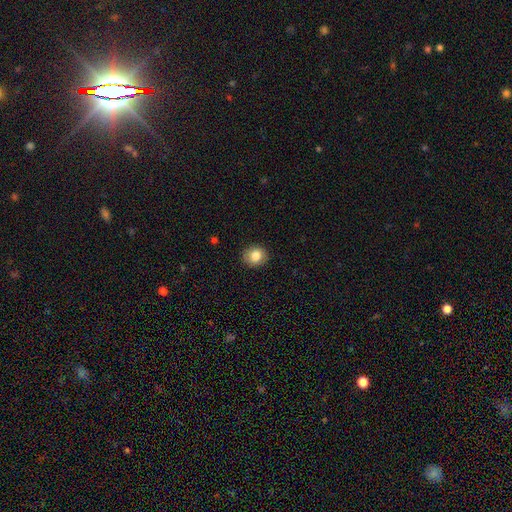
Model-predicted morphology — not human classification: This appears to be a smooth galaxy with no disk features (83%) that is round (77%). Merging: none (90%).